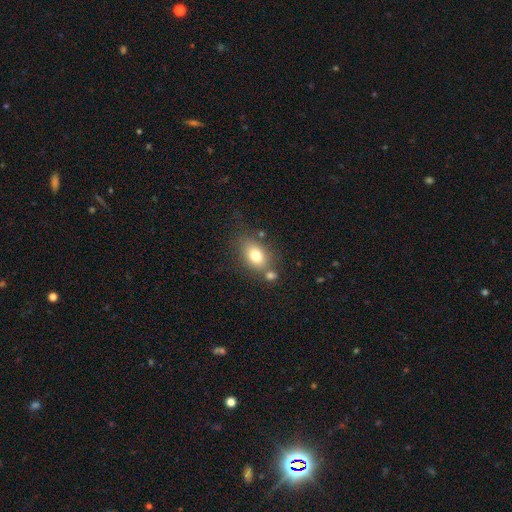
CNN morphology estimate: A smooth galaxy with no disk features (77%) that is in between round and cigar-shaped (76%). Merging: none (61%).